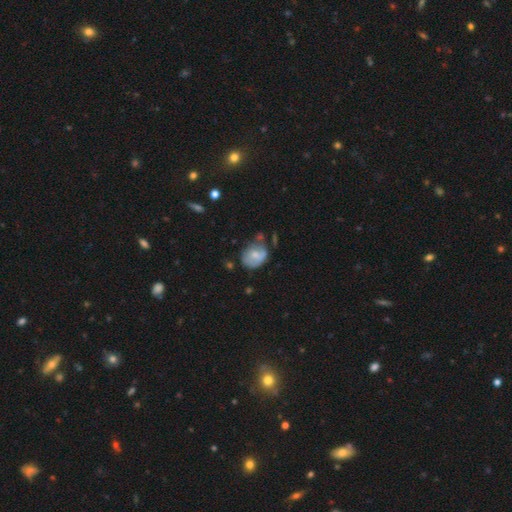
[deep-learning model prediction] smooth-or-featured: smooth: 59% | featured or disk: 33% | star or artifact: 8%
  how-rounded: in between: 52% | round: 47% | cigar-shaped: 1%
  merging: none: 40% | minor disturbance: 34% | major disturbance: 17% | merger: 9%